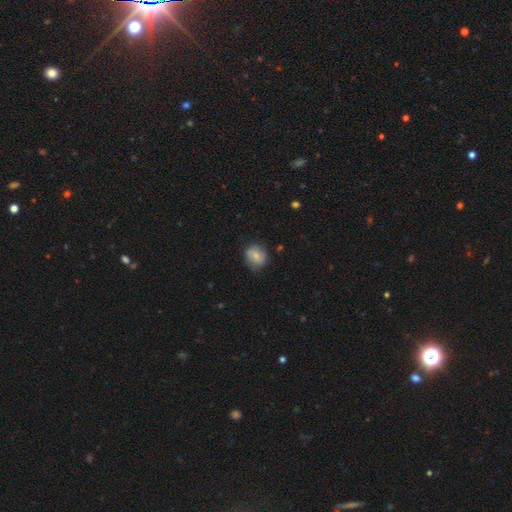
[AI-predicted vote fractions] Smooth or featured? Predicted: smooth (p=0.66). How rounded? Predicted: round (p=0.67). Merging? Predicted: none (p=0.74).